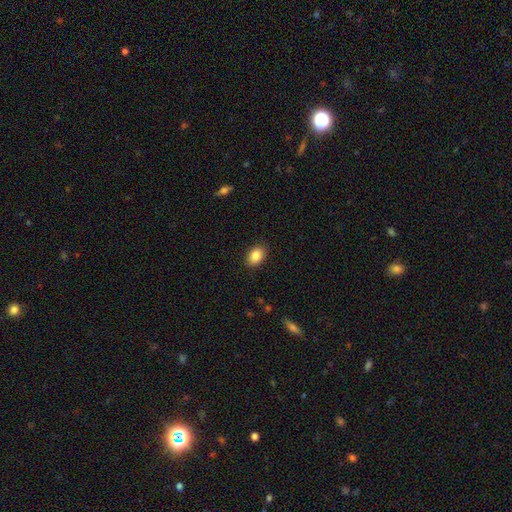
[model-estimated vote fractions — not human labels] Smooth or featured?
  - smooth: 87% *
  - star or artifact: 8%
  - featured or disk: 5%
How rounded?
  - in between: 81% *
  - round: 18%
  - cigar-shaped: 1%
Merging?
  - none: 89% *
  - minor disturbance: 8%
  - major disturbance: 2%
  - merger: 1%